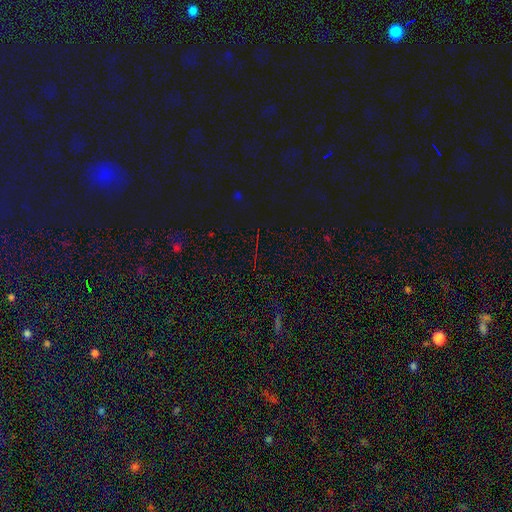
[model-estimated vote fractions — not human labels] This is likely a star or artifact rather than a galaxy (78%).